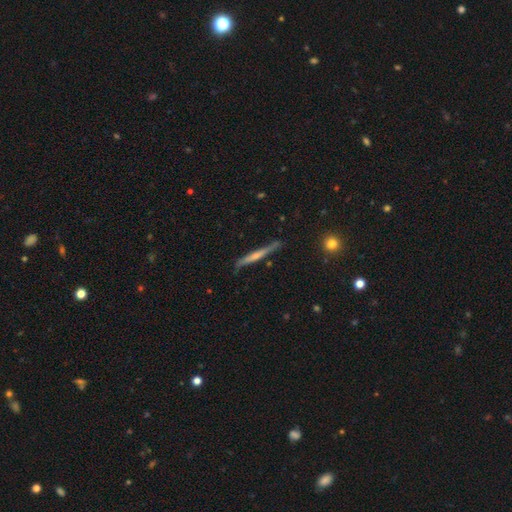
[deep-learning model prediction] Smooth or featured? featured or disk (56%)
Edge-on disk? yes (94%)
Edge-on bulge? none (51%)
Merging? none (77%)